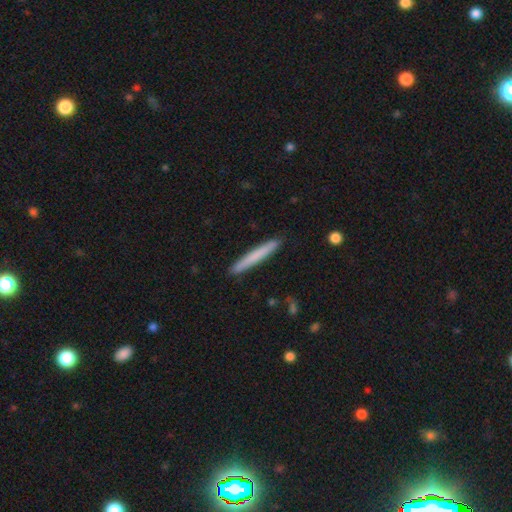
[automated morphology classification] smooth 72%, featured or disk 23%, star or artifact 5%. Down the decision tree: how rounded — cigar-shaped (97%); merging — none (91%).